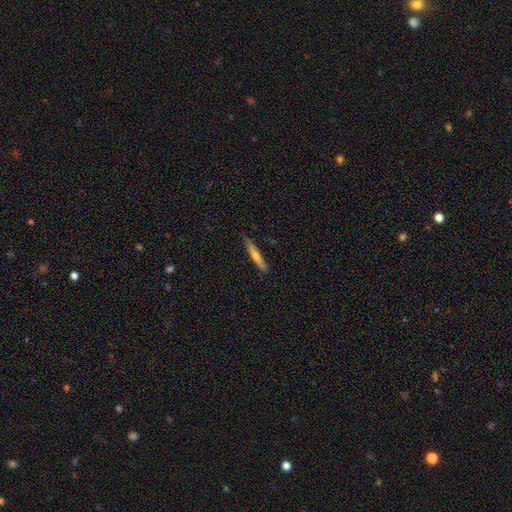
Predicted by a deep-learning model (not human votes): This is possibly a smooth galaxy (51%). How rounded: clearly cigar-shaped (94%). Merging: clearly none (87%).